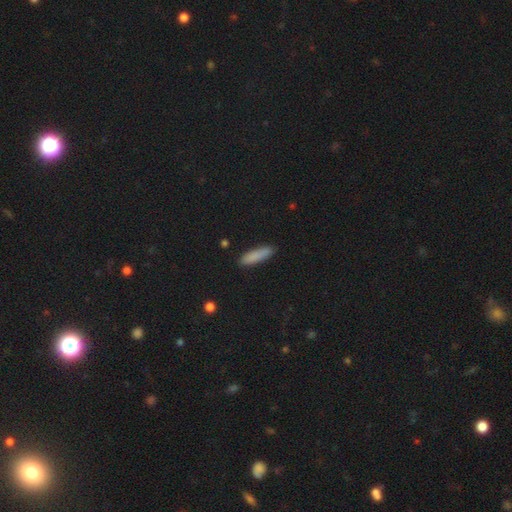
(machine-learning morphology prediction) smooth-or-featured: smooth: 86% | featured or disk: 8% | star or artifact: 7%
  how-rounded: cigar-shaped: 78% | in between: 20% | round: 2%
  merging: none: 88% | minor disturbance: 9% | major disturbance: 2% | merger: 1%